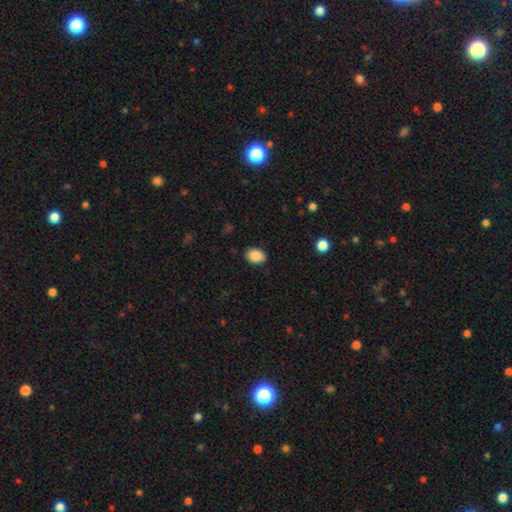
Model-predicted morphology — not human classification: A smooth galaxy with no disk features (89%) that is in between round and cigar-shaped (74%). Merging: none (86%).